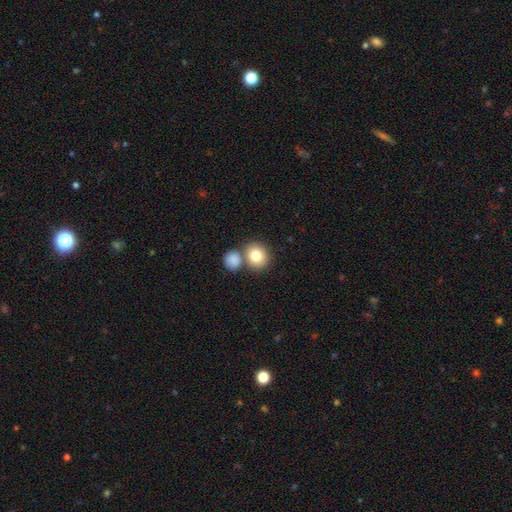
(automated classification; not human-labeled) smooth-or-featured: smooth: 81% | featured or disk: 10% | star or artifact: 9%
  how-rounded: round: 75% | in between: 24% | cigar-shaped: 1%
  merging: none: 59% | merger: 30% | minor disturbance: 9% | major disturbance: 3%